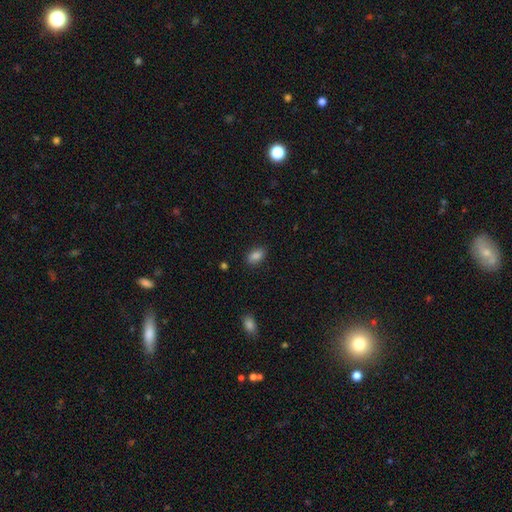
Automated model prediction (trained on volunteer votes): Morphology: type=smooth (86%); roundness=in between (88%); merging=none (84%).